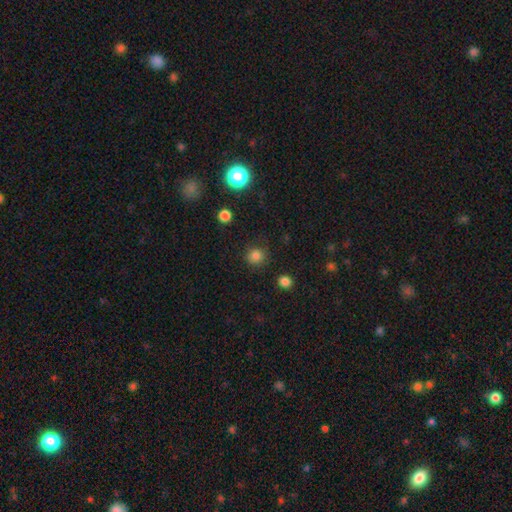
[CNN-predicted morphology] A smooth galaxy with no disk features (82%) that is round (91%).

Vote fractions:
- Smooth or featured? smooth: 82% / star or artifact: 13% / featured or disk: 4%
- How rounded? round: 91% / in between: 8% / cigar-shaped: 1%
- Merging? none: 84% / minor disturbance: 10% / major disturbance: 4% / merger: 2%